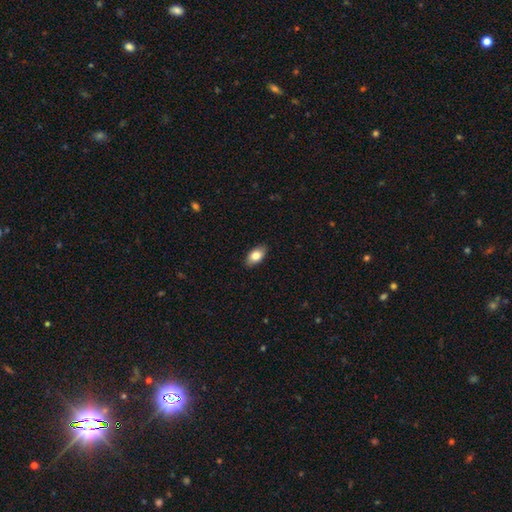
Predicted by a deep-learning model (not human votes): The model was most divided on "smooth or featured": smooth: 83%, featured or disk: 10%, star or artifact: 7%. More confident: how rounded — in between (91%); merging — none (87%).